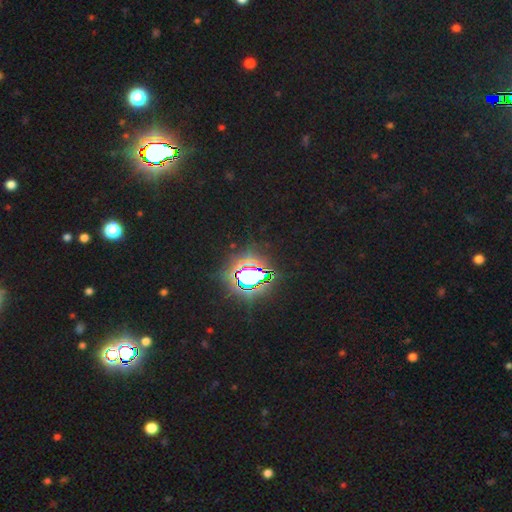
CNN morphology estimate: This is clearly a star or artifact rather than a galaxy (84%).